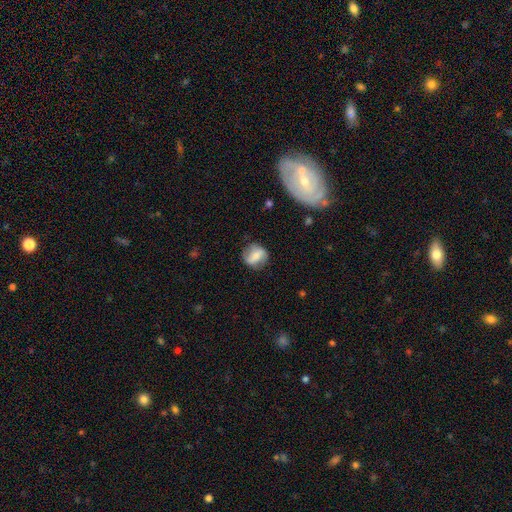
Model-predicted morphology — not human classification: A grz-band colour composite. It shows a smooth galaxy with no disk features (54%) that is round (65%). Merging: none (73%).